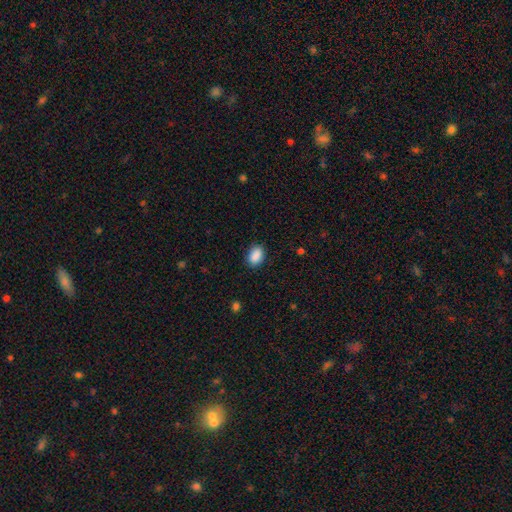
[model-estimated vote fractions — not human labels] smooth-or-featured: smooth: 89% | star or artifact: 8% | featured or disk: 3%
  how-rounded: in between: 84% | round: 15% | cigar-shaped: 1%
  merging: none: 84% | minor disturbance: 12% | major disturbance: 3% | merger: 1%